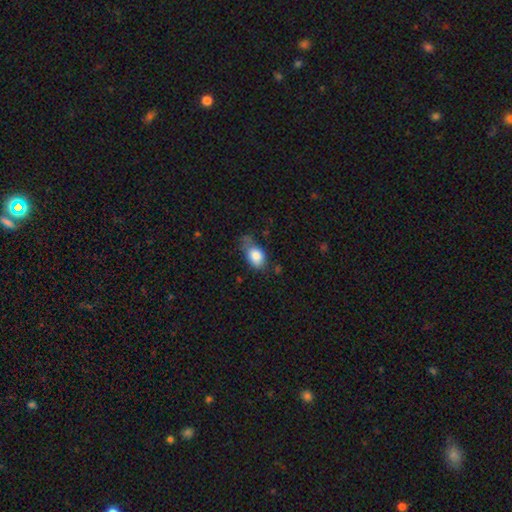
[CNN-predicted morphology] The model was most divided on "merging": minor disturbance: 41%, none: 37%, major disturbance: 18%, merger: 4%. More confident: how rounded — in between (83%); smooth or featured — smooth (83%).